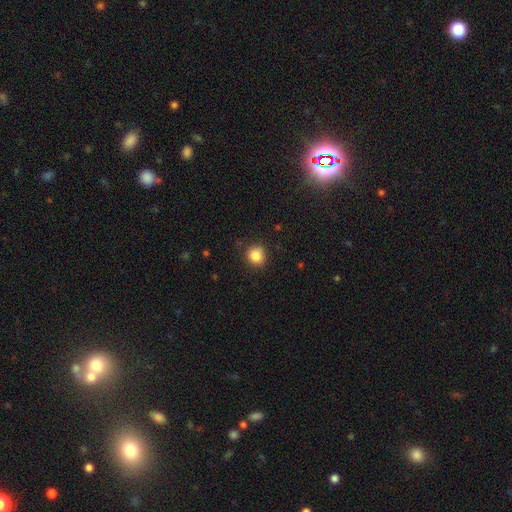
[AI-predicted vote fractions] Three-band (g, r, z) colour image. It shows a smooth galaxy with no disk features (85%) that is round (86%). Merging: none (84%).